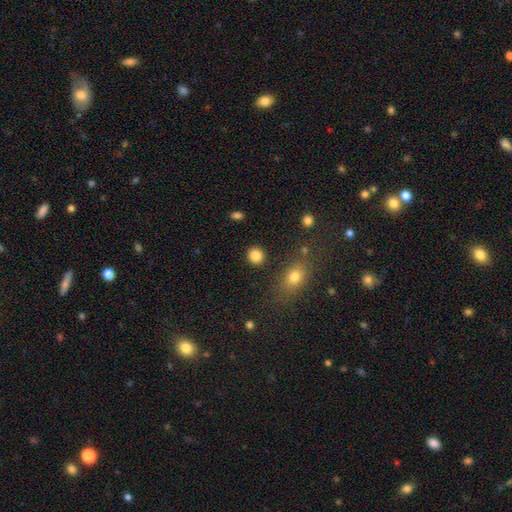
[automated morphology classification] This appears to be a smooth galaxy with no disk features (86%) that is round (86%). Merging: none (89%).